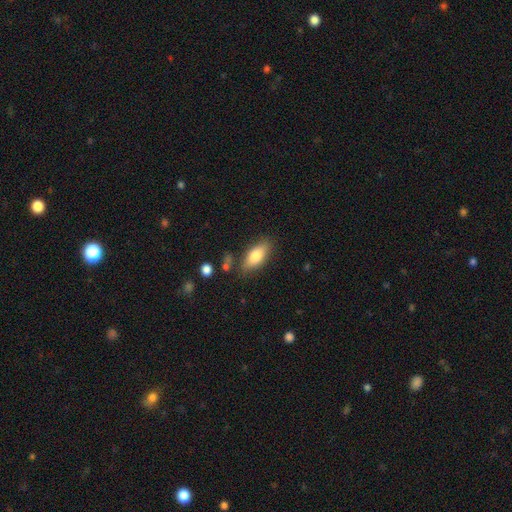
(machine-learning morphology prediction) type=smooth (78%); roundness=in between (82%); merging=none (79%).